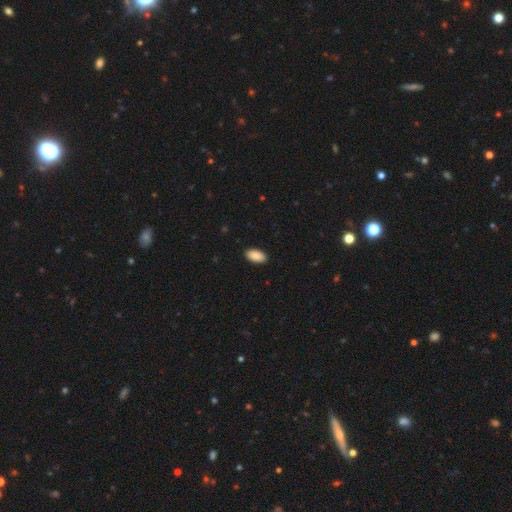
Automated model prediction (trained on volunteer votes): The model was most divided on "merging": none: 90%, minor disturbance: 7%, major disturbance: 2%, merger: 1%. More confident: how rounded — in between (95%); smooth or featured — smooth (90%).